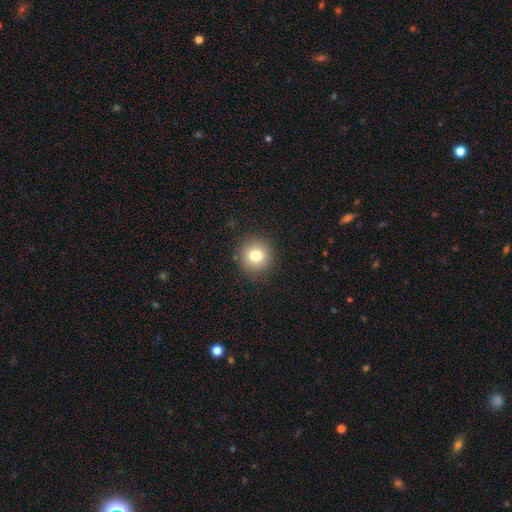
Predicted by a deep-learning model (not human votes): Q: Smooth or featured?
A: smooth (80%); runner-up: star or artifact (11%)
Q: How rounded?
A: round (93%); runner-up: in between (6%)
Q: Merging?
A: none (90%); runner-up: minor disturbance (6%)